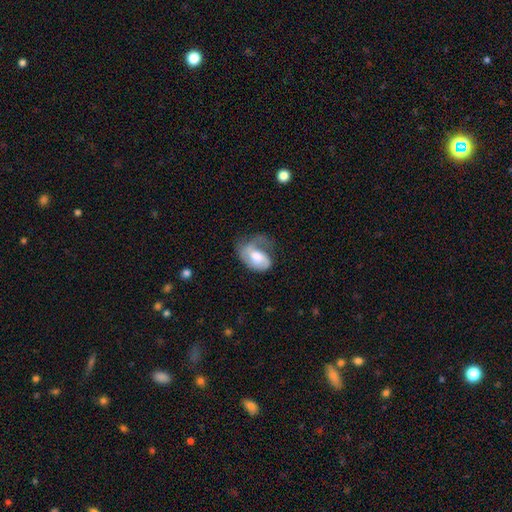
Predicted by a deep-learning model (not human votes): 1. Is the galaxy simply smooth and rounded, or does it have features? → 49% featured or disk, 44% smooth, 6% star or artifact.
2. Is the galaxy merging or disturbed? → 46% major disturbance, 27% minor disturbance, 24% none, 3% merger.